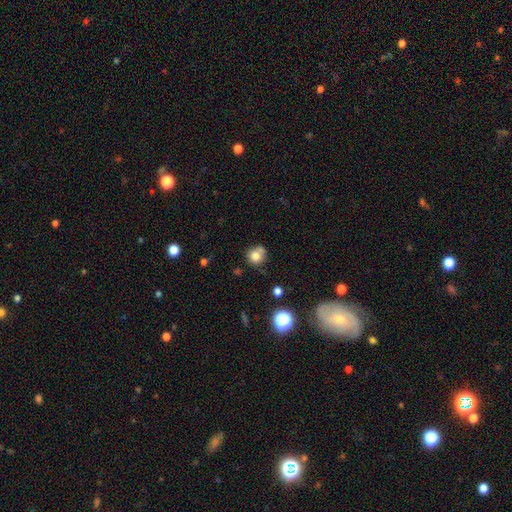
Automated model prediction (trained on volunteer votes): Smooth or featured: smooth — 78% (star or artifact — 12%)
How rounded: round — 86% (in between — 13%)
Merging: none — 59% (minor disturbance — 19%)